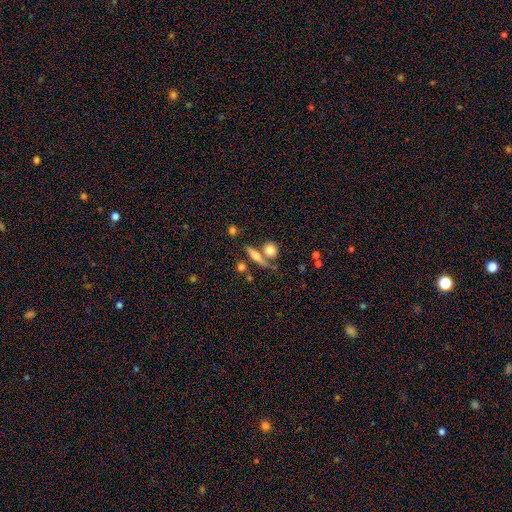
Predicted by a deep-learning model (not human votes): smooth 58%, featured or disk 32%, star or artifact 10%. Down the decision tree: how rounded — cigar-shaped (58%); merging — none (65%).